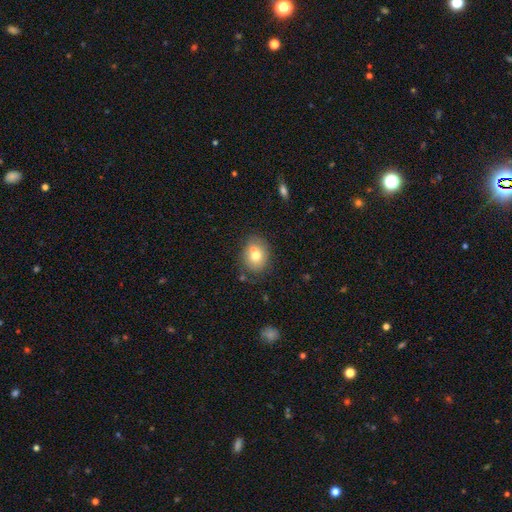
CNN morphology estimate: A smooth galaxy with no disk features (70%) that is round (51%). Merging: none (54%).